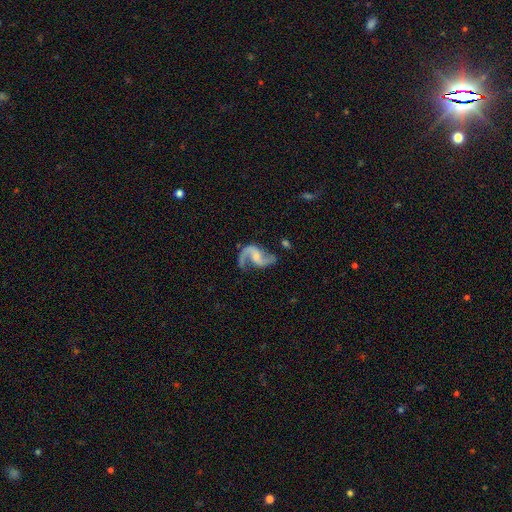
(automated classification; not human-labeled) Q: Smooth or featured?
A: featured or disk (90%); runner-up: smooth (5%)
Q: Edge-on disk?
A: no (98%); runner-up: yes (2%)
Q: Bar?
A: no (44%); runner-up: weak (41%)
Q: Spiral arms?
A: yes (97%); runner-up: no (3%)
Q: Spiral winding?
A: loose (58%); runner-up: medium (35%)
Q: Spiral arm count?
A: 2 (91%); runner-up: 1 (4%)
Q: Bulge size?
A: small (46%); runner-up: moderate (34%)
Q: Merging?
A: none (63%); runner-up: minor disturbance (19%)